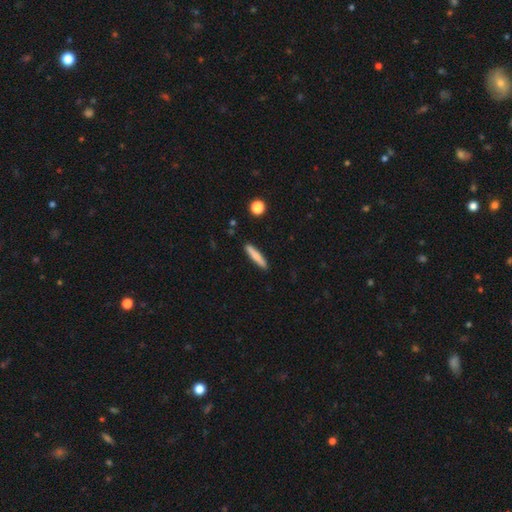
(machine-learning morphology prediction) A smooth galaxy with no disk features (72%) that is cigar-shaped (90%). Merging: none (89%).